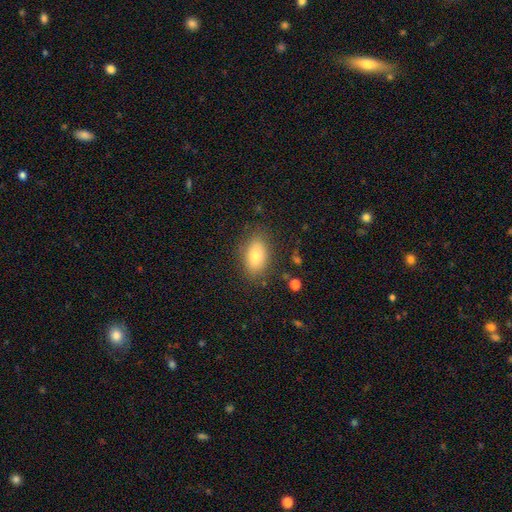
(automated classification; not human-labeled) A smooth galaxy with no disk features (80%) that is in between round and cigar-shaped (89%). Merging: none (81%).